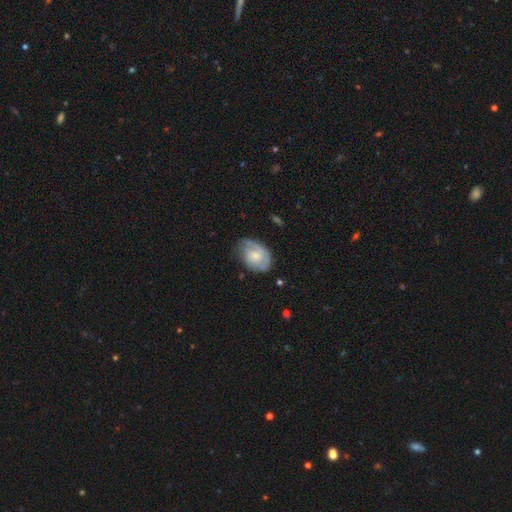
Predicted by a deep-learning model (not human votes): A featured or disk galaxy (55%) with no bar (76%), spiral arms (78%) and a moderate central bulge (41%).

Vote fractions:
- Smooth or featured? featured or disk: 55% / smooth: 38% / star or artifact: 6%
- Edge-on disk? no: 97% / yes: 3%
- Bar? no: 76% / weak: 22% / strong: 3%
- Spiral arms? yes: 78% / no: 22%
- Bulge size? moderate: 41% / small: 40% / none: 9% / large: 8% / dominant: 2%
- Merging? none: 59% / minor disturbance: 28% / major disturbance: 11% / merger: 2%